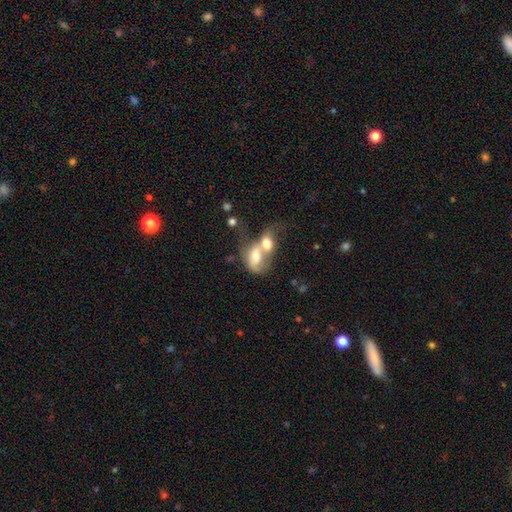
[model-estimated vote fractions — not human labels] Smooth or featured?
  - smooth: 60% *
  - featured or disk: 31%
  - star or artifact: 8%
How rounded?
  - in between: 79% *
  - round: 18%
  - cigar-shaped: 3%
Merging?
  - merger: 80% *
  - none: 8%
  - major disturbance: 7%
  - minor disturbance: 5%